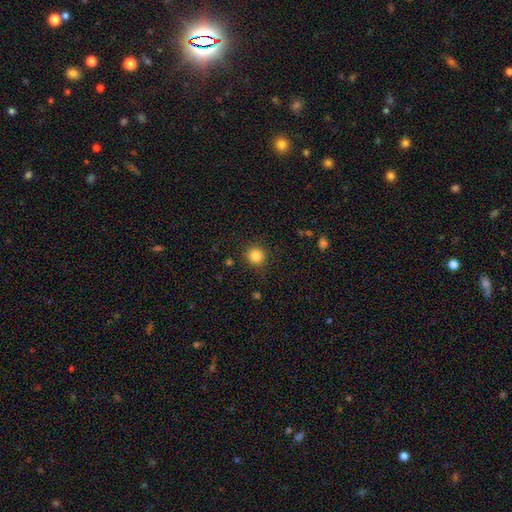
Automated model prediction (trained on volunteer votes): Q: Smooth or featured?
A: smooth (84%); runner-up: star or artifact (12%)
Q: How rounded?
A: round (93%); runner-up: in between (6%)
Q: Merging?
A: none (89%); runner-up: minor disturbance (8%)